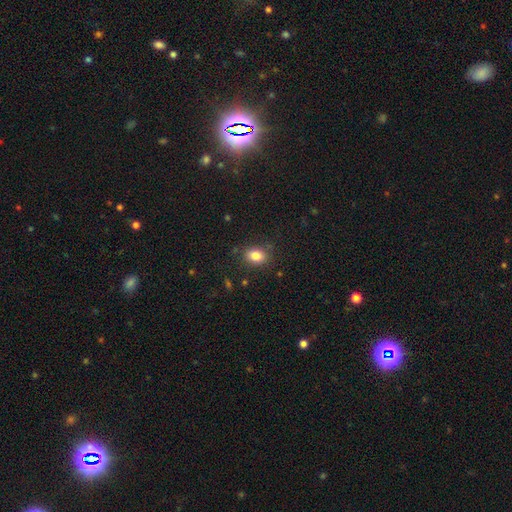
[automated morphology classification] Smooth or featured? smooth (83%)
How rounded? in between (68%)
Merging? none (84%)